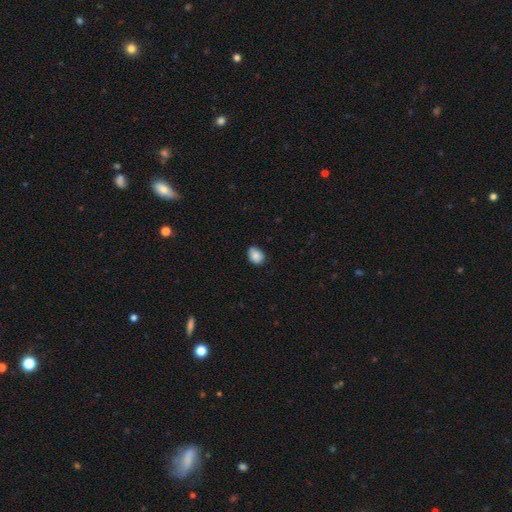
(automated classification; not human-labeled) Smooth or featured: smooth — 87% (star or artifact — 8%)
How rounded: in between — 66% (round — 33%)
Merging: none — 81% (minor disturbance — 15%)